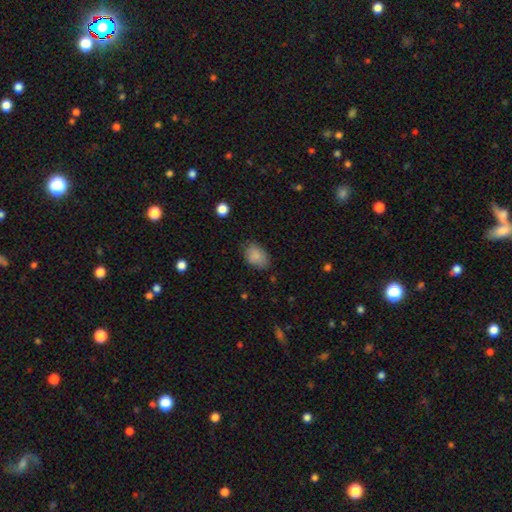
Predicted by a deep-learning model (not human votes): Smooth or featured: smooth — 86% (star or artifact — 8%)
How rounded: in between — 82% (round — 17%)
Merging: none — 70% (minor disturbance — 23%)